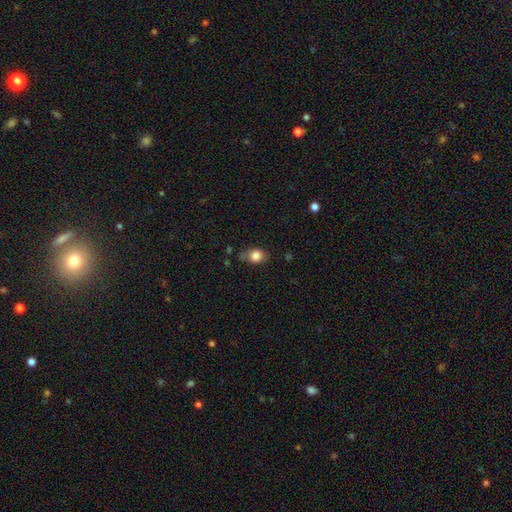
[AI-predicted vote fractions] This is clearly a smooth galaxy (83%). How rounded: possibly in between (50%). Merging: likely none (63%).